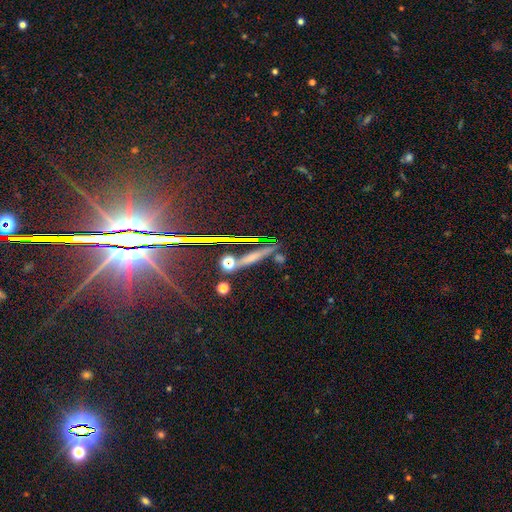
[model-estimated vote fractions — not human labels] A star or artifact, not a galaxy (69%).